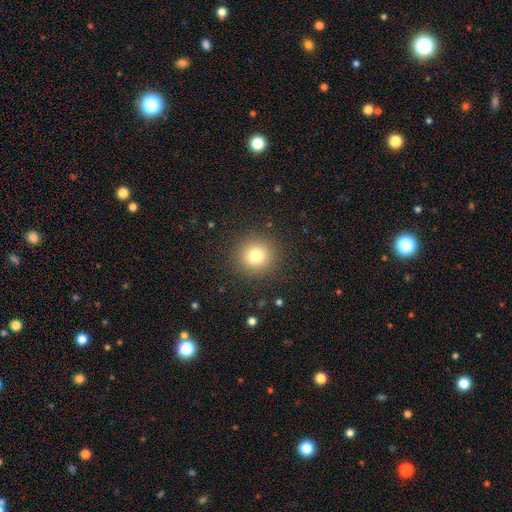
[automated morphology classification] smooth-or-featured: smooth: 77% | star or artifact: 14% | featured or disk: 9%
  how-rounded: round: 94% | in between: 5% | cigar-shaped: 1%
  merging: none: 90% | minor disturbance: 6% | major disturbance: 3% | merger: 1%